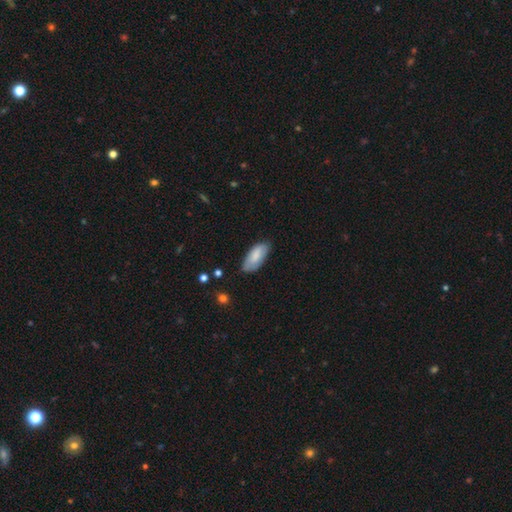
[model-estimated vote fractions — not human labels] The model was most divided on "merging": none: 74%, minor disturbance: 22%, major disturbance: 3%, merger: 1%. More confident: how rounded — in between (90%); smooth or featured — smooth (79%).